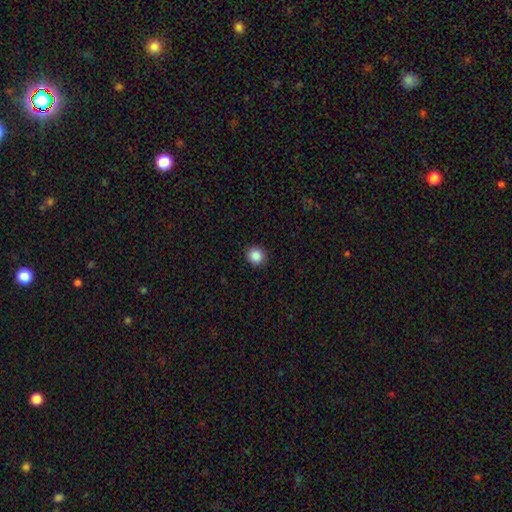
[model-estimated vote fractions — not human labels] Smooth or featured?
  - smooth: 88% *
  - star or artifact: 10%
  - featured or disk: 3%
How rounded?
  - round: 86% *
  - in between: 13%
  - cigar-shaped: 1%
Merging?
  - none: 91% *
  - minor disturbance: 6%
  - major disturbance: 2%
  - merger: 1%